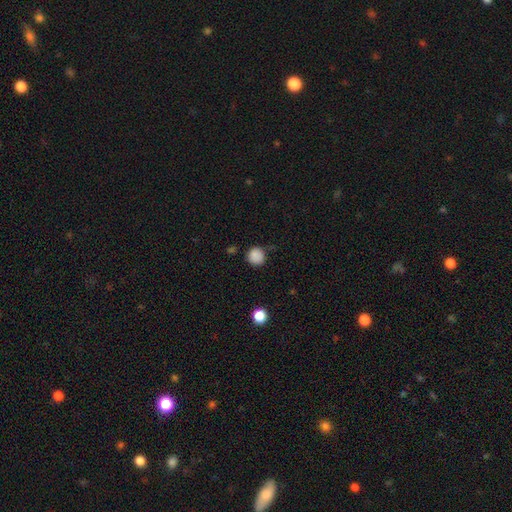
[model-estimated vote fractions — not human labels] Q: Smooth or featured?
A: smooth (86%); runner-up: star or artifact (11%)
Q: How rounded?
A: round (92%); runner-up: in between (7%)
Q: Merging?
A: none (80%); runner-up: minor disturbance (14%)